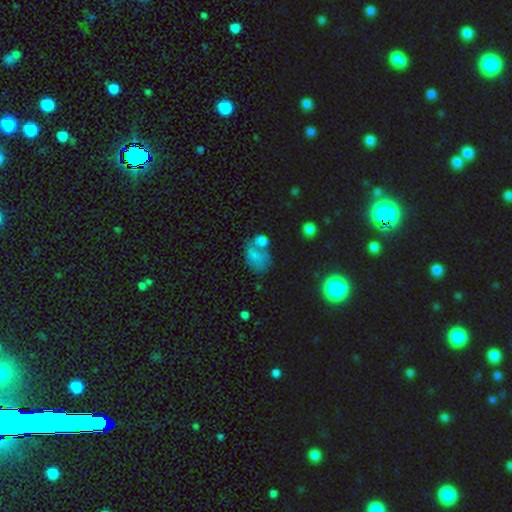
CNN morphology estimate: smooth 69%, featured or disk 16%, star or artifact 14%. Down the decision tree: how rounded — in between (72%); merging — none (36%).